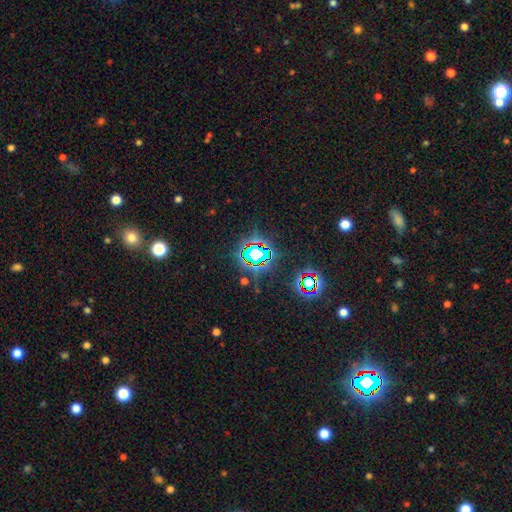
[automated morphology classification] Smooth or featured?
  - star or artifact: 71% *
  - smooth: 17%
  - featured or disk: 12%